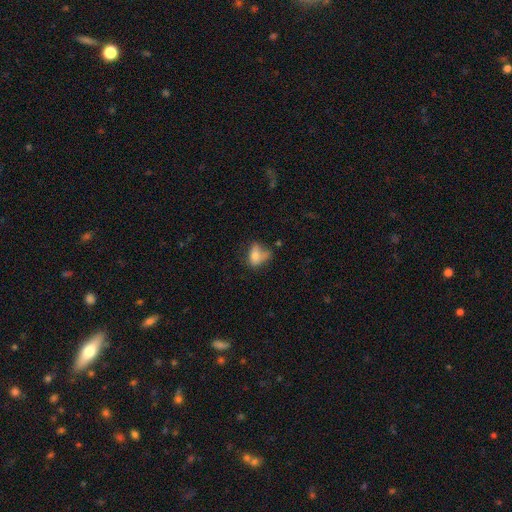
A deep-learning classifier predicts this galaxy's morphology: A smooth galaxy with no disk features (70%) that is in between round and cigar-shaped (76%).

Vote fractions:
- Smooth or featured? smooth: 70% / featured or disk: 19% / star or artifact: 11%
- How rounded? in between: 76% / round: 22% / cigar-shaped: 2%
- Merging? minor disturbance: 29% (tied) / none: 29% (tied) / major disturbance: 26% / merger: 15%